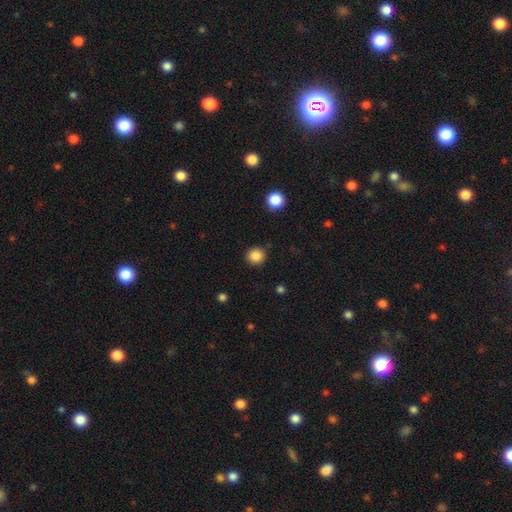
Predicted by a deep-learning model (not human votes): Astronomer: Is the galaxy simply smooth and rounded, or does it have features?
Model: smooth — 86%.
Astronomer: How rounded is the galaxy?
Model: round — 92%.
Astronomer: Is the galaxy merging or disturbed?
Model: none — 89%.